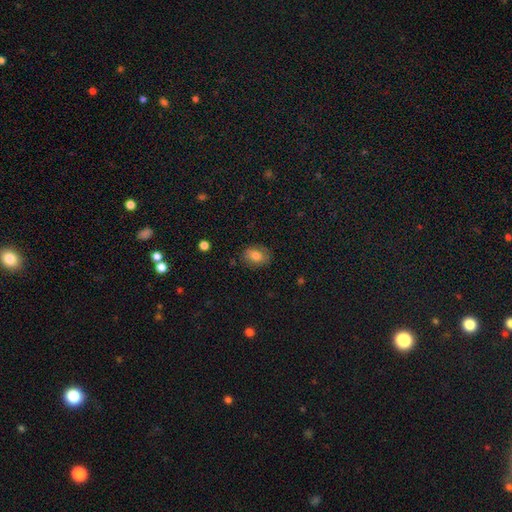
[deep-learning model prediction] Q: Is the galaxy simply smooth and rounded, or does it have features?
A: smooth — 77%.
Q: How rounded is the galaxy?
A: in between — 73%.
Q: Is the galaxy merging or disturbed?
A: none — 82%.